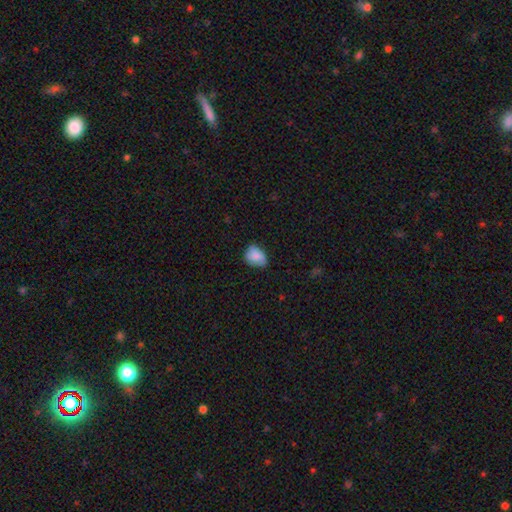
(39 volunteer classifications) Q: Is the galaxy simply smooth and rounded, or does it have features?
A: smooth — 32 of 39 (82%).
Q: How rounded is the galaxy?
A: in between — 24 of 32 (75%).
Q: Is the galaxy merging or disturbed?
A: none — 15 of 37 (41%, tied with minor disturbance).